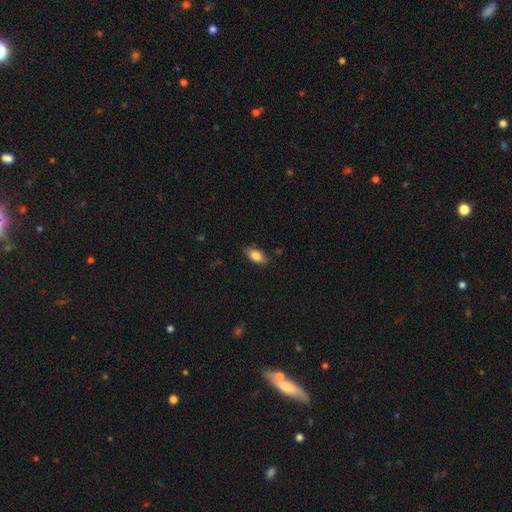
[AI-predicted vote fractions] Q: Smooth or featured?
A: smooth (82%); runner-up: featured or disk (11%)
Q: How rounded?
A: in between (87%); runner-up: cigar-shaped (9%)
Q: Merging?
A: none (83%); runner-up: minor disturbance (13%)